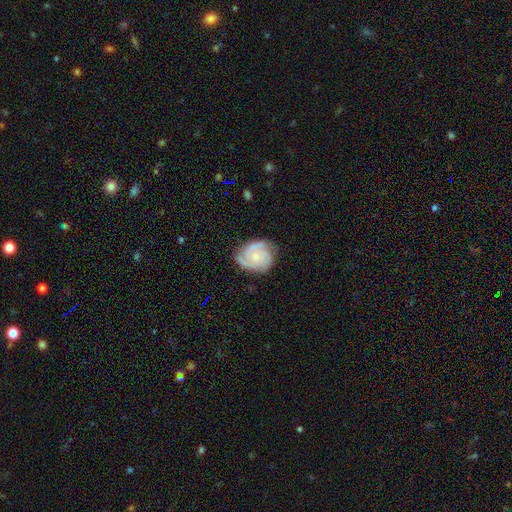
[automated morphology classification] The model was most divided on "spiral winding": tight: 61%, medium: 33%, loose: 6%. More confident: edge-on disk — no (98%); spiral arms — yes (97%); smooth or featured — featured or disk (83%); bar — no (74%); merging — none (73%); bulge size — small (61%); spiral arm count — 3 (52%).